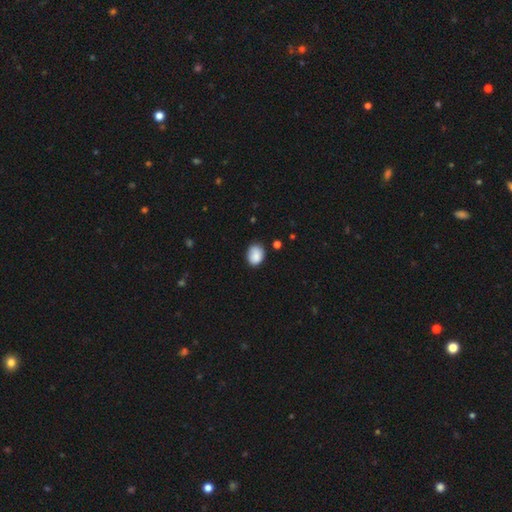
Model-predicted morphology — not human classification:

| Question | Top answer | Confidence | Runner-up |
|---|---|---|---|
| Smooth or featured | smooth | 86% | star or artifact (8%) |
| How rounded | in between | 58% | round (41%) |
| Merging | none | 69% | minor disturbance (24%) |